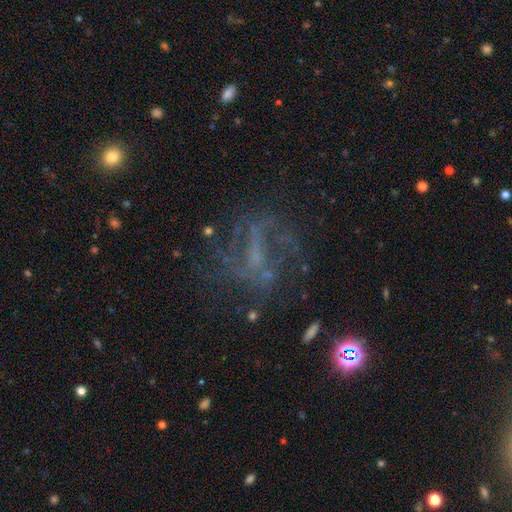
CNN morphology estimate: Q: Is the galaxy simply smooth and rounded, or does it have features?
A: featured or disk — 65%.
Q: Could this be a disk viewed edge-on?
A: no — 95%.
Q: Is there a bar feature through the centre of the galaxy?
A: weak — 38%.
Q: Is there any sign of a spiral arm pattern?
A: yes — 73%.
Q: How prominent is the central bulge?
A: none — 53%.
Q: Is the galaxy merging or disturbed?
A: none — 58%.